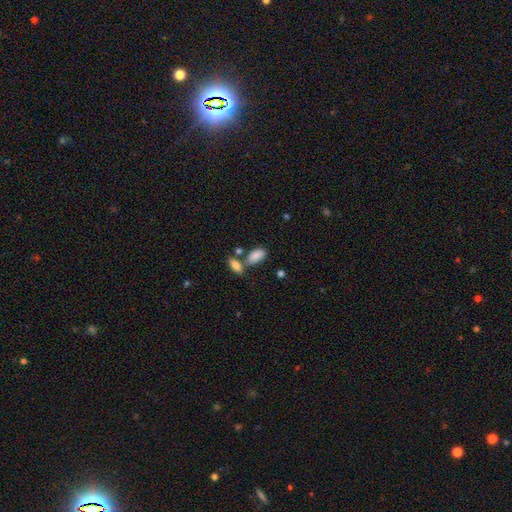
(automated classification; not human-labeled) smooth 85%, featured or disk 8%, star or artifact 7%. Down the decision tree: how rounded — in between (91%); merging — none (49%).